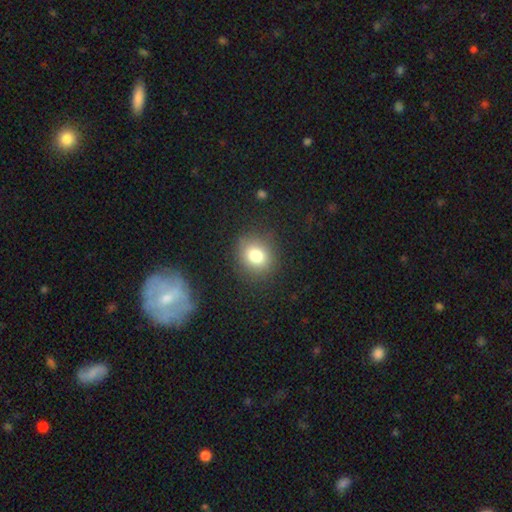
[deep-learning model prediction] A smooth galaxy with no disk features (79%) that is round (76%).

Vote fractions:
- Smooth or featured? smooth: 79% / star or artifact: 12% / featured or disk: 9%
- How rounded? round: 76% / in between: 23% / cigar-shaped: 1%
- Merging? none: 86% / minor disturbance: 9% / major disturbance: 4% / merger: 1%